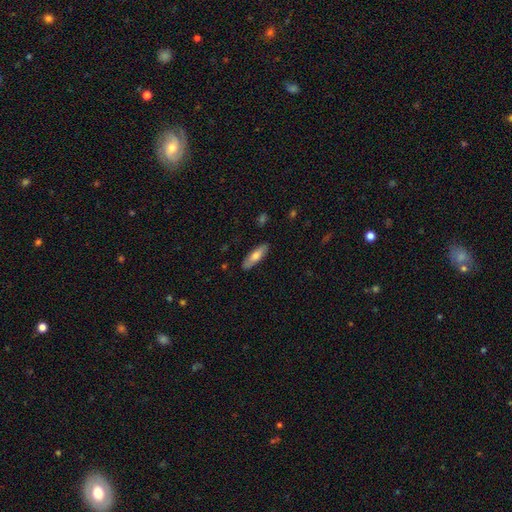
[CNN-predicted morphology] This appears to be a smooth galaxy with no disk features (70%) that is cigar-shaped (50%). Merging: none (87%).